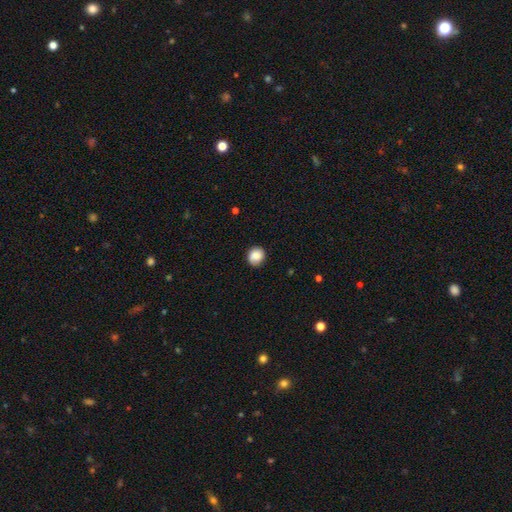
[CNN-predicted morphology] The model was most divided on "how rounded": round: 84%, in between: 15%, cigar-shaped: 1%. More confident: smooth or featured — smooth (84%); merging — none (83%).